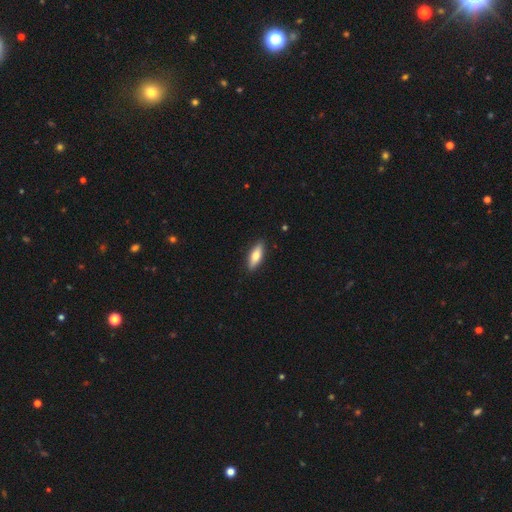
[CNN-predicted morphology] Q: Smooth or featured?
A: smooth (72%); runner-up: featured or disk (23%)
Q: How rounded?
A: in between (62%); runner-up: cigar-shaped (36%)
Q: Merging?
A: none (89%); runner-up: minor disturbance (9%)